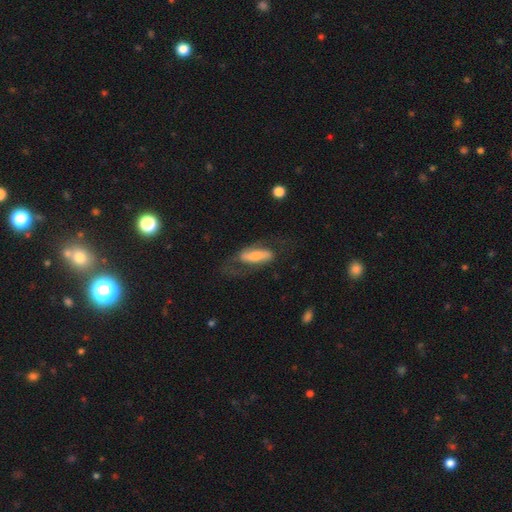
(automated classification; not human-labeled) Smooth or featured? Predicted: featured or disk (p=0.53). Edge-on disk? Predicted: no (p=0.82). Merging? Predicted: none (p=0.52).